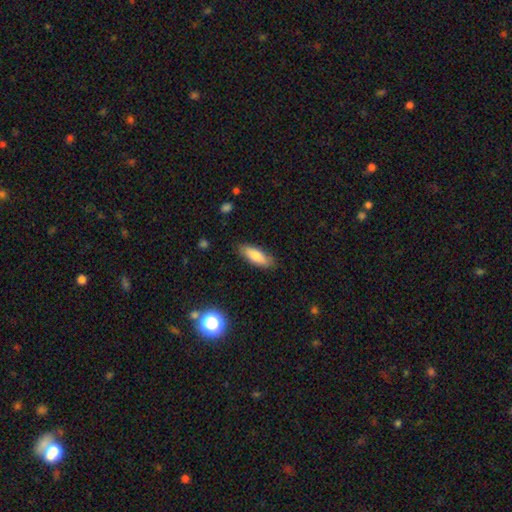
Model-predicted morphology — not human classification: type=smooth (78%); roundness=in between (60%); merging=none (83%).